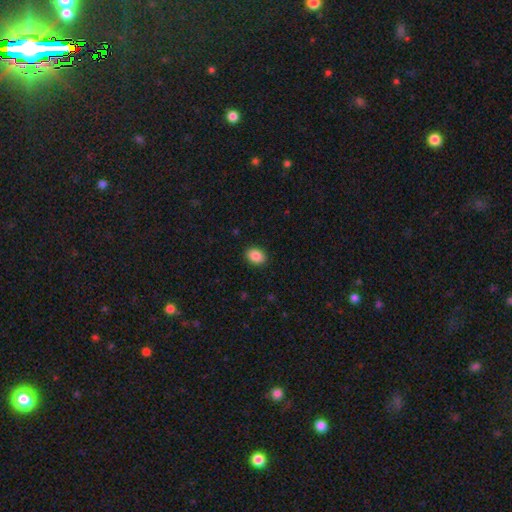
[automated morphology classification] Smooth or featured? smooth (88%)
How rounded? in between (69%)
Merging? none (90%)